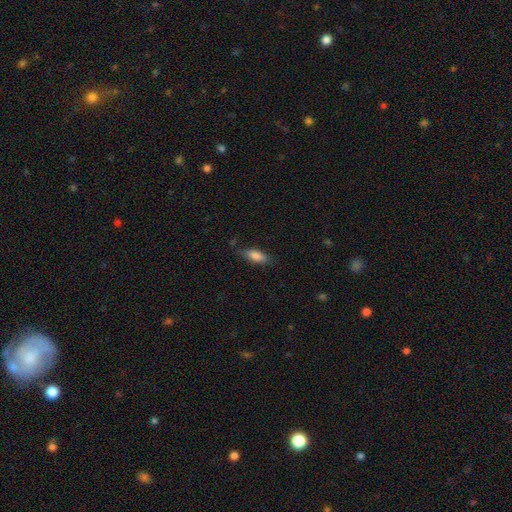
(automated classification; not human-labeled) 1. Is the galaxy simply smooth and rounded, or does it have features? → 79% smooth, 14% featured or disk, 7% star or artifact.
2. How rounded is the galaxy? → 66% in between, 32% cigar-shaped, 2% round.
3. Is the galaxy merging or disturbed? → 79% none, 16% minor disturbance, 3% major disturbance, 2% merger.